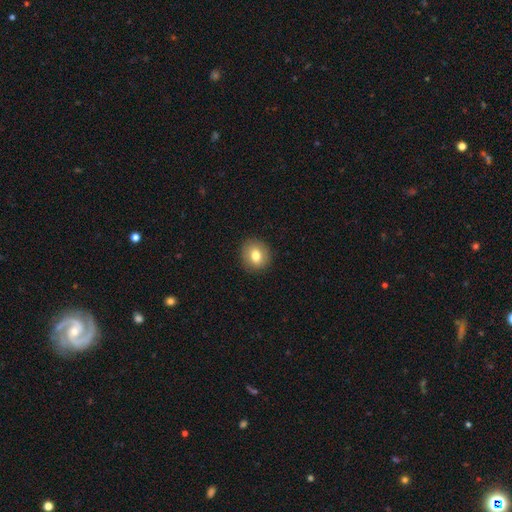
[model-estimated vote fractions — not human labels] The model was most divided on "how rounded": round: 76%, in between: 23%, cigar-shaped: 1%. More confident: merging — none (89%); smooth or featured — smooth (77%).